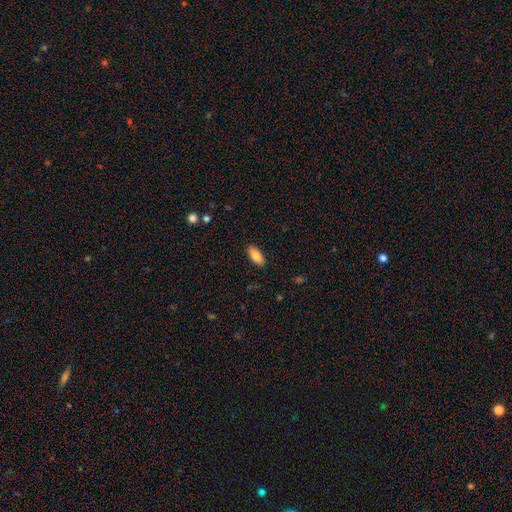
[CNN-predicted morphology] smooth_or_featured: smooth (p=0.84) [alt: featured or disk p=0.09]
how_rounded: in between (p=0.83) [alt: cigar-shaped p=0.15]
merging: none (p=0.89) [alt: minor disturbance p=0.08]